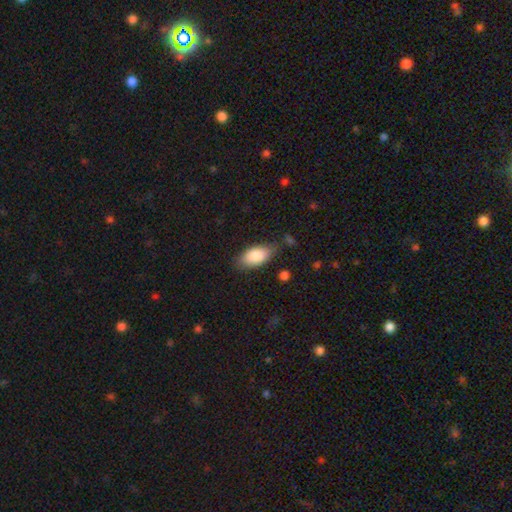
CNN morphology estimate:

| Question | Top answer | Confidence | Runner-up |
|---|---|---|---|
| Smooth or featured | smooth | 86% | featured or disk (8%) |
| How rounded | in between | 92% | cigar-shaped (5%) |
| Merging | none | 74% | minor disturbance (19%) |